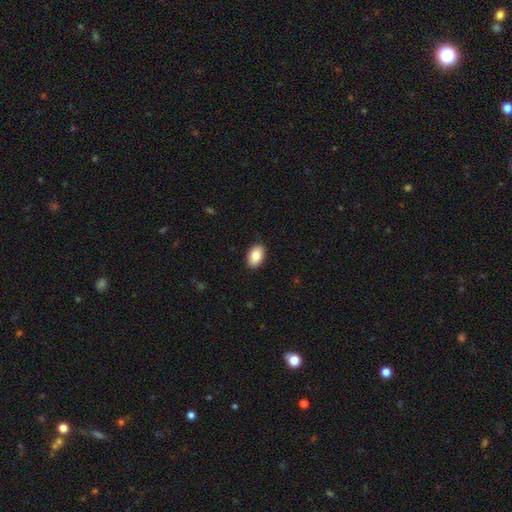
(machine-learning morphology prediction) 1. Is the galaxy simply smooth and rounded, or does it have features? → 85% smooth, 8% featured or disk, 7% star or artifact.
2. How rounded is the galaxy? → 91% in between, 8% round, 1% cigar-shaped.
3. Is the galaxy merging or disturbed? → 90% none, 8% minor disturbance, 2% major disturbance, 1% merger.